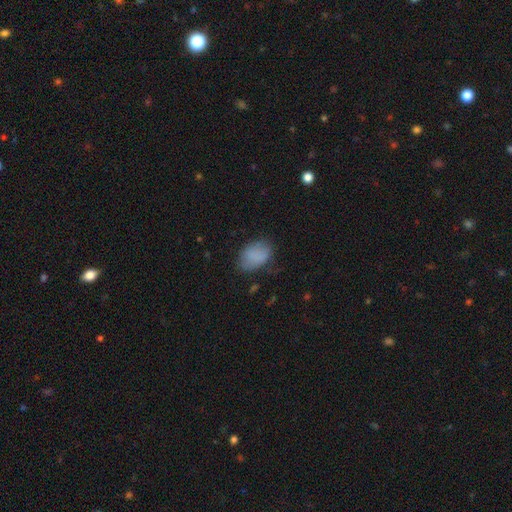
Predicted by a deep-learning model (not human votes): Morphology: type=smooth (84%); roundness=in between (85%); merging=none (69%).